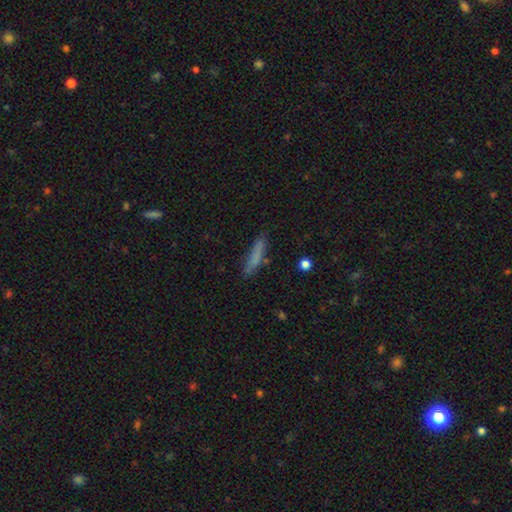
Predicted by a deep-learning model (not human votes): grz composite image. It shows a smooth galaxy with no disk features (75%) that is cigar-shaped (88%). Merging: none (76%).